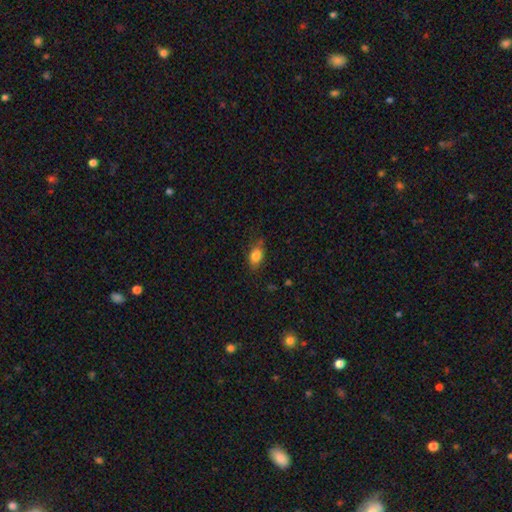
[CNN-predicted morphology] Q: Smooth or featured?
A: smooth (82%); runner-up: featured or disk (9%)
Q: How rounded?
A: in between (81%); runner-up: round (14%)
Q: Merging?
A: none (70%); runner-up: minor disturbance (23%)